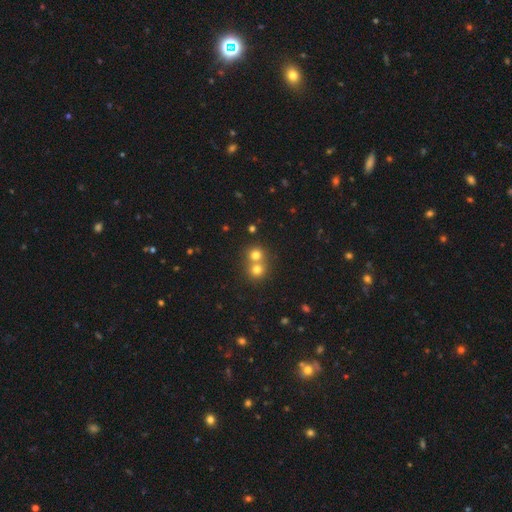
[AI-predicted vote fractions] Smooth or featured?
  - smooth: 74% *
  - star or artifact: 15%
  - featured or disk: 11%
How rounded?
  - round: 87% *
  - in between: 12%
  - cigar-shaped: 1%
Merging?
  - merger: 52% *
  - none: 41%
  - minor disturbance: 4%
  - major disturbance: 2%